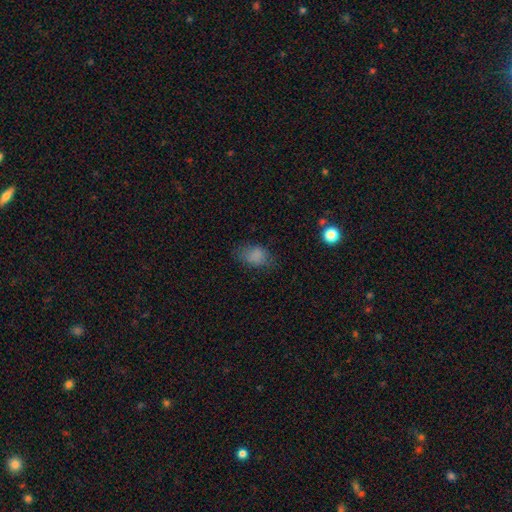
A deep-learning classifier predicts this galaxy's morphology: smooth_or_featured: smooth (p=0.80) [alt: star or artifact p=0.12]
how_rounded: in between (p=0.82) [alt: round p=0.17]
merging: none (p=0.64) [alt: minor disturbance p=0.24]